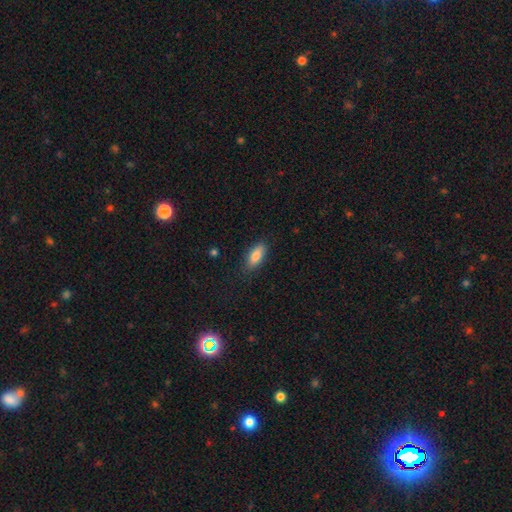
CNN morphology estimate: Overall: smooth (82%). How rounded: in between (78%). Merging: none (84%).